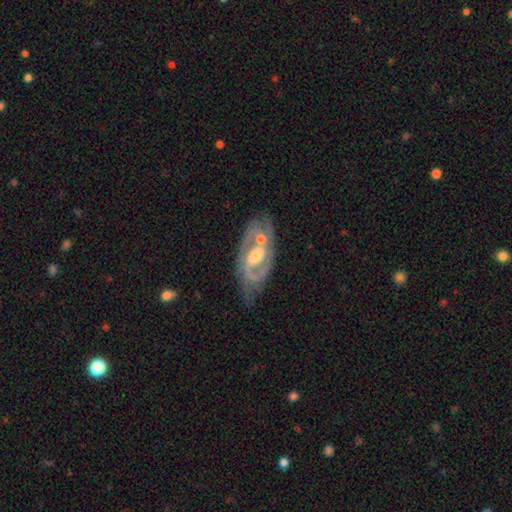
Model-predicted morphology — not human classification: A featured or disk galaxy (83%) with a weak bar (46%), 2 (71%) medium (45%) spiral arms (88%) and a moderate central bulge (65%). Merging: none (48%).